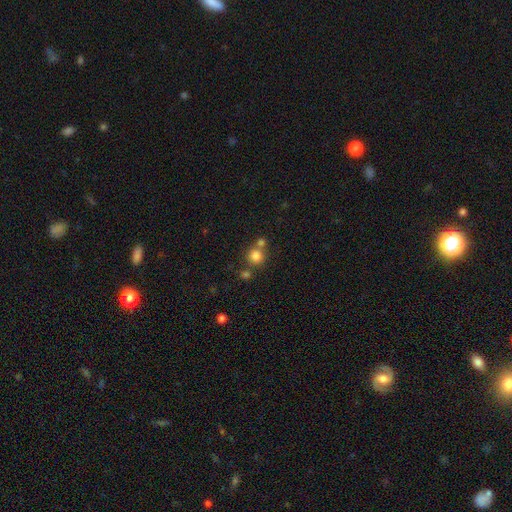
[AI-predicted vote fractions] smooth_or_featured: smooth (p=0.81) [alt: star or artifact p=0.12]
how_rounded: round (p=0.92) [alt: in between p=0.07]
merging: none (p=0.65) [alt: merger p=0.25]